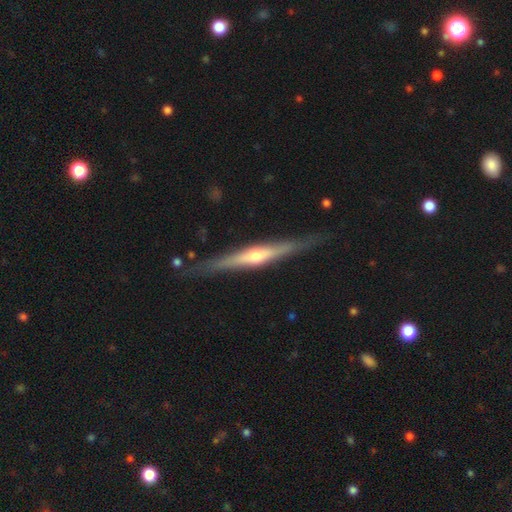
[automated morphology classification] smooth-or-featured: featured or disk: 75% | smooth: 20% | star or artifact: 5%
  disk-edge-on: yes: 97% | no: 3%
    edge-on-bulge: rounded: 81% | none: 11% | boxy: 7%
  merging: none: 85% | minor disturbance: 11% | major disturbance: 2% | merger: 2%